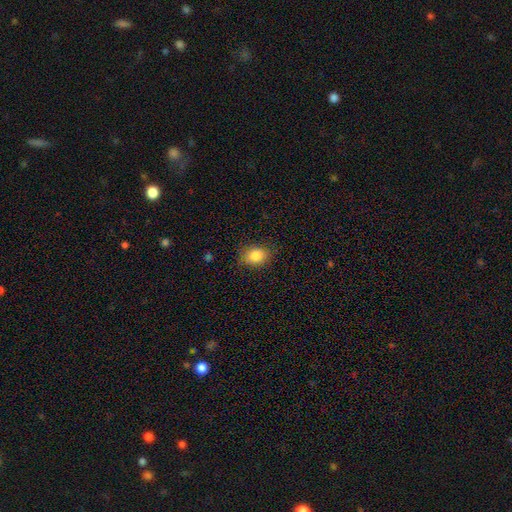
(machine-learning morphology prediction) smooth_or_featured: smooth (p=0.84) [alt: star or artifact p=0.09]
how_rounded: in between (p=0.60) [alt: round p=0.39]
merging: none (p=0.81) [alt: minor disturbance p=0.15]